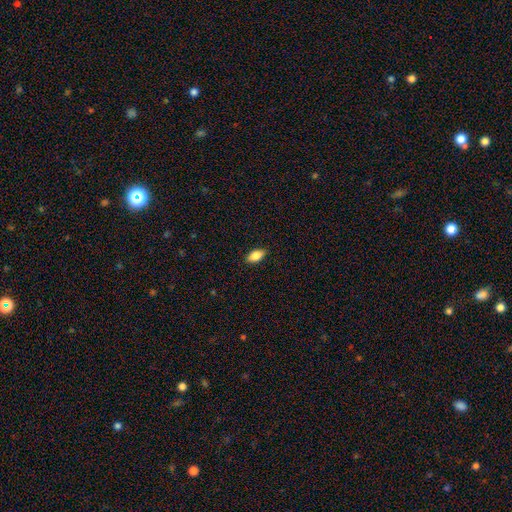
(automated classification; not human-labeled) This appears to be a smooth galaxy with no disk features (85%) that is in between round and cigar-shaped (90%). Merging: none (89%).